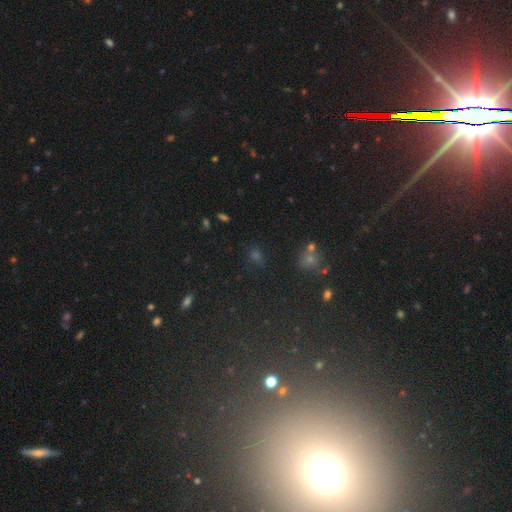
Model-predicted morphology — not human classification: type=star or artifact (48%).